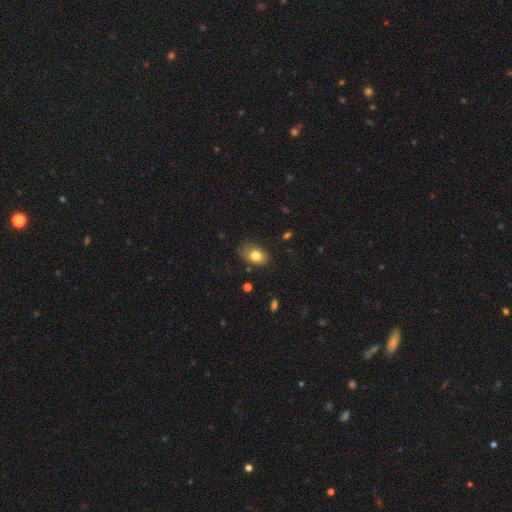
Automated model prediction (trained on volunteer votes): smooth 79%, featured or disk 12%, star or artifact 9%. Down the decision tree: how rounded — in between (80%); merging — none (71%).